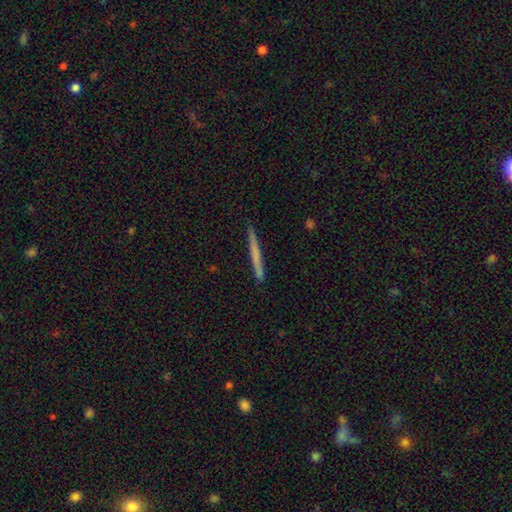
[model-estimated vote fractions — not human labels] Smooth or featured? smooth (57%)
How rounded? cigar-shaped (97%)
Merging? none (90%)